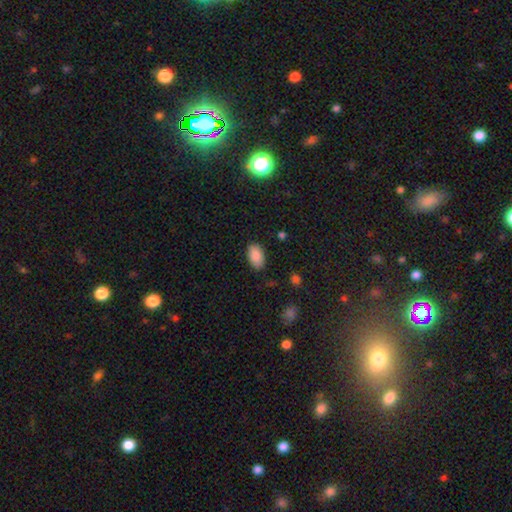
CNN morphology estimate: Q: Smooth or featured?
A: smooth (88%); runner-up: star or artifact (7%)
Q: How rounded?
A: in between (94%); runner-up: round (4%)
Q: Merging?
A: none (87%); runner-up: minor disturbance (10%)